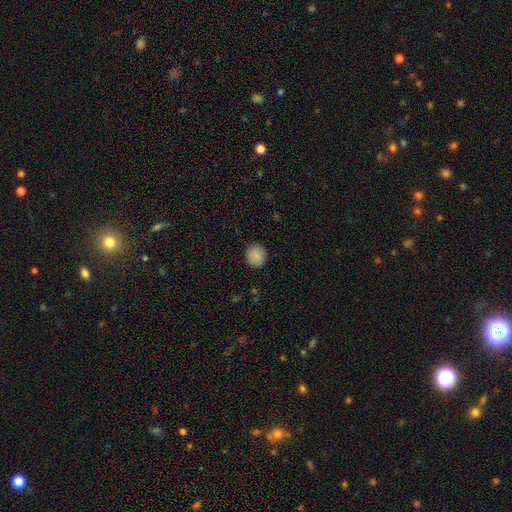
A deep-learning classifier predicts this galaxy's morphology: Smooth or featured: smooth — 87% (star or artifact — 9%)
How rounded: round — 89% (in between — 10%)
Merging: none — 88% (minor disturbance — 9%)